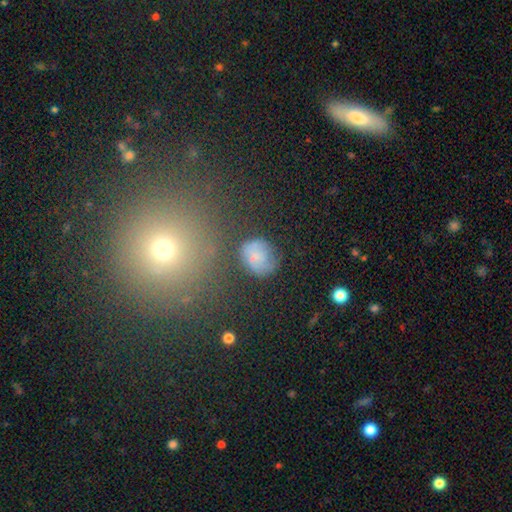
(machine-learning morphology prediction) smooth-or-featured: smooth: 57% | featured or disk: 30% | star or artifact: 13%
  how-rounded: round: 52% | in between: 47% | cigar-shaped: 1%
  merging: none: 54% | minor disturbance: 25% | major disturbance: 13% | merger: 9%